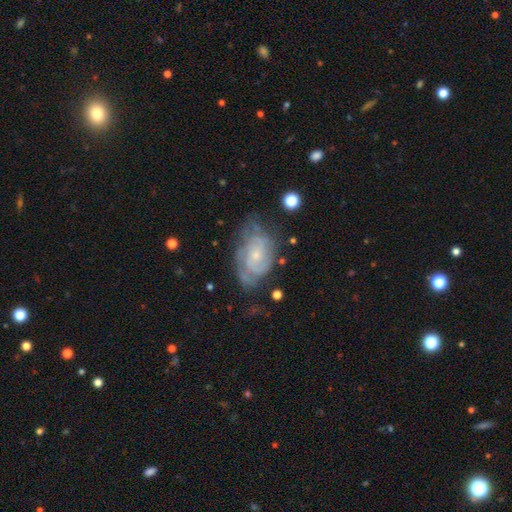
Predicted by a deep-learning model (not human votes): Morphology: type=featured or disk (80%); edge-on=no (96%); bar=no (68%); spiral arms=yes (92%); winding=tight (61%); arm count=can't tell (37%); bulge=small (71%); merging=none (57%).